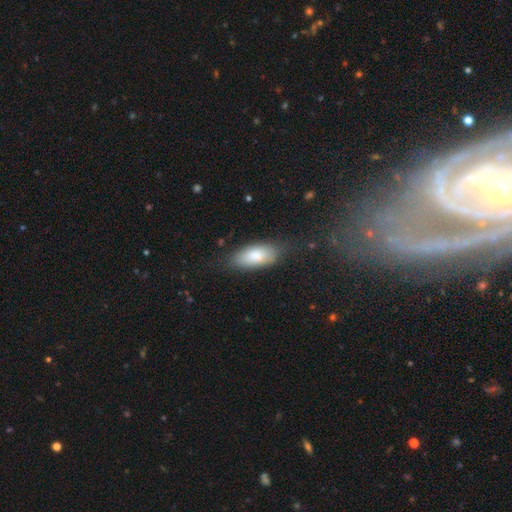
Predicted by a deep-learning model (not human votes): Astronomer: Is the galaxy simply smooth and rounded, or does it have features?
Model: smooth — 81%.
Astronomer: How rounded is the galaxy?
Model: in between — 87%.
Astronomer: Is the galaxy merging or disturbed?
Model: none — 72%.